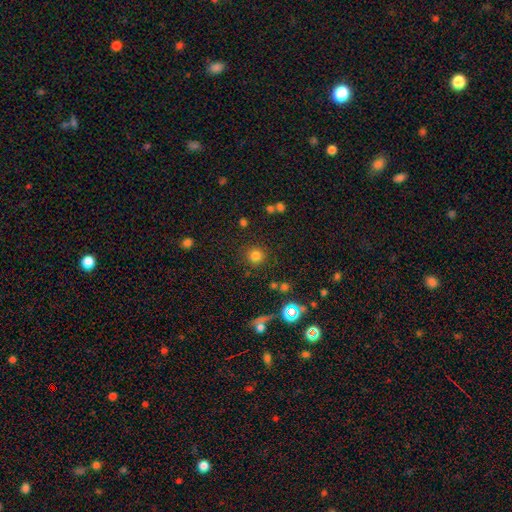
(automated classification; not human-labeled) The model was most divided on "smooth or featured": smooth: 78%, star or artifact: 16%, featured or disk: 6%. More confident: how rounded — round (94%); merging — none (87%).